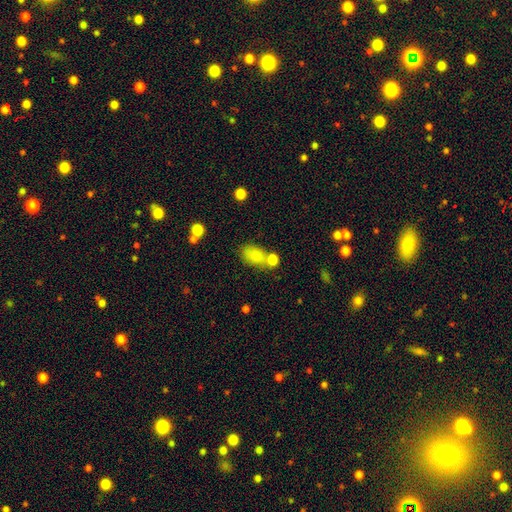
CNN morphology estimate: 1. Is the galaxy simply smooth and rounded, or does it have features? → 82% smooth, 10% star or artifact, 8% featured or disk.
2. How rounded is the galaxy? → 85% in between, 13% round, 2% cigar-shaped.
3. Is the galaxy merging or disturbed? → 53% none, 25% merger, 16% minor disturbance, 6% major disturbance.